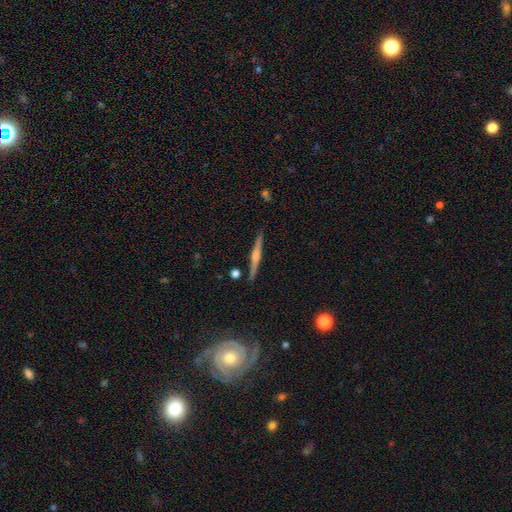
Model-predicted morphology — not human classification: Smooth or featured? Predicted: featured or disk (p=0.83). Edge-on disk? Predicted: yes (p=0.95). Edge-on bulge? Predicted: rounded (p=0.83). Merging? Predicted: none (p=0.87).